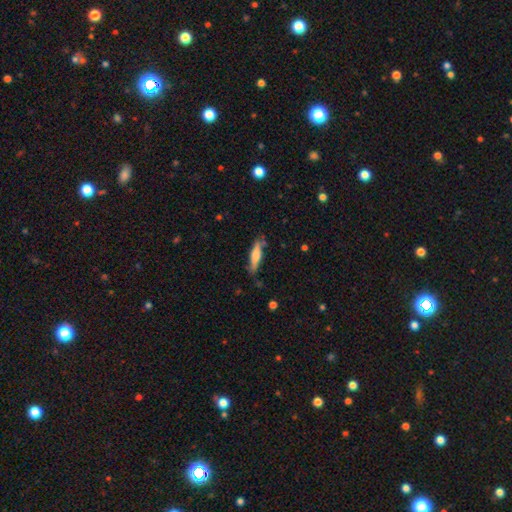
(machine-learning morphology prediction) A smooth galaxy with no disk features (55%) that is cigar-shaped (79%).

Vote fractions:
- Smooth or featured? smooth: 55% / featured or disk: 39% / star or artifact: 6%
- How rounded? cigar-shaped: 79% / in between: 19% / round: 2%
- Merging? none: 77% / minor disturbance: 17% / major disturbance: 4% / merger: 3%